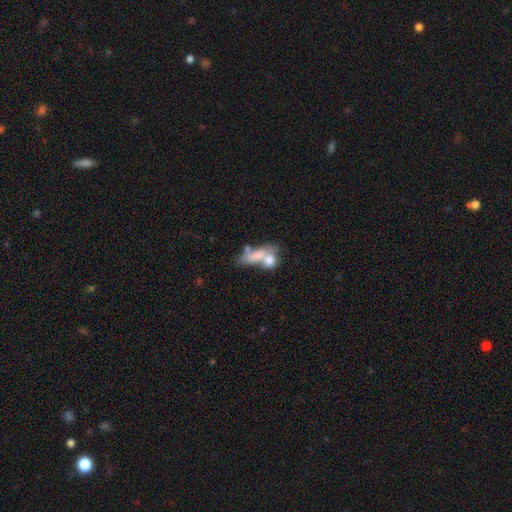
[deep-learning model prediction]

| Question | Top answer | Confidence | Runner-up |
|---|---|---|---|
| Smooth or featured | smooth | 63% | featured or disk (28%) |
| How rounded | in between | 65% | cigar-shaped (20%) |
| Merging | merger | 61% | none (18%) |